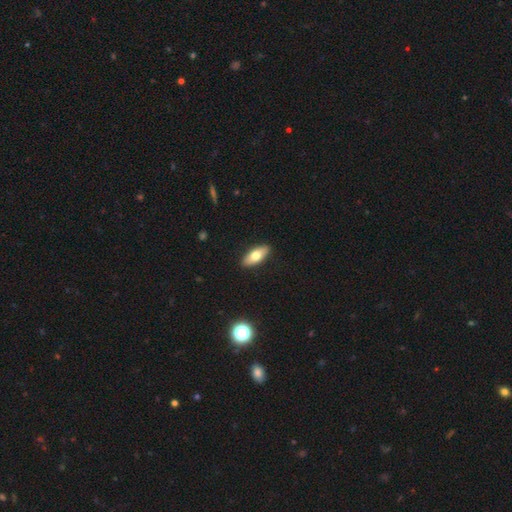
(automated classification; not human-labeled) Smooth or featured? smooth (71%)
How rounded? in between (80%)
Merging? none (90%)